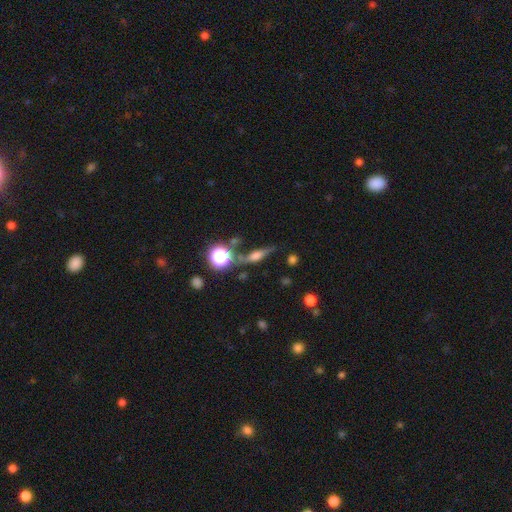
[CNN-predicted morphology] Smooth or featured?
  - featured or disk: 49% *
  - smooth: 35%
  - star or artifact: 16%
Merging?
  - none: 67% *
  - minor disturbance: 18%
  - major disturbance: 7%
  - merger: 7%